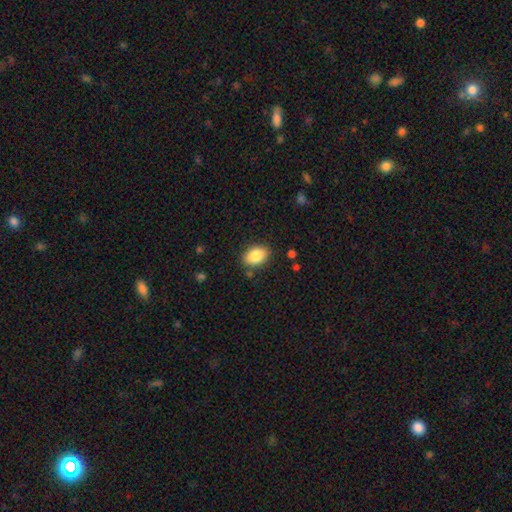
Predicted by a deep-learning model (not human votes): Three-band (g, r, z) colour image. It shows a smooth galaxy with no disk features (85%) that is in between round and cigar-shaped (85%). Merging: none (85%).